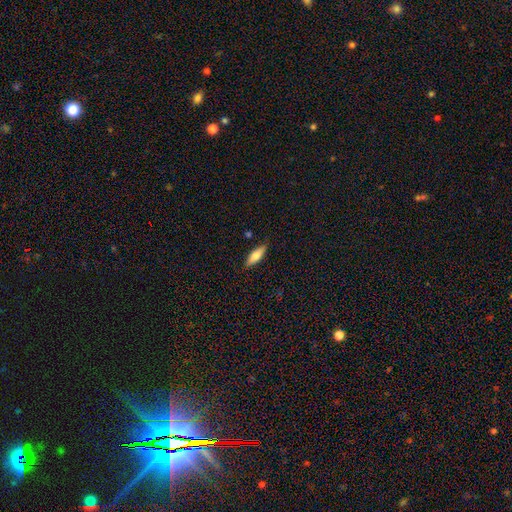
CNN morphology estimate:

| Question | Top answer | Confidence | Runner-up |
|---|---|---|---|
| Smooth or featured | smooth | 70% | featured or disk (24%) |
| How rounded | in between | 53% | cigar-shaped (45%) |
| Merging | none | 86% | minor disturbance (10%) |